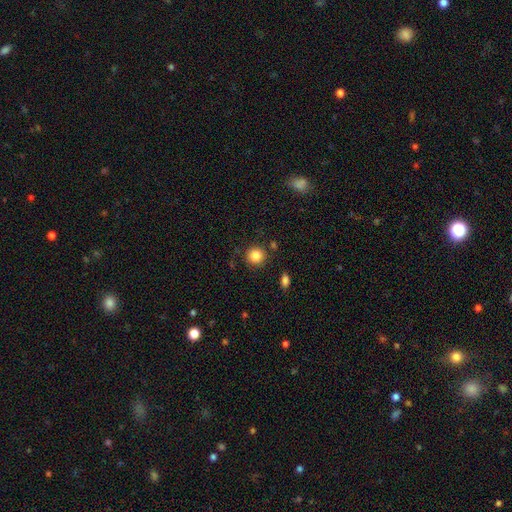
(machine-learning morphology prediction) Smooth or featured: smooth — 85% (star or artifact — 10%)
How rounded: round — 92% (in between — 7%)
Merging: none — 86% (minor disturbance — 8%)